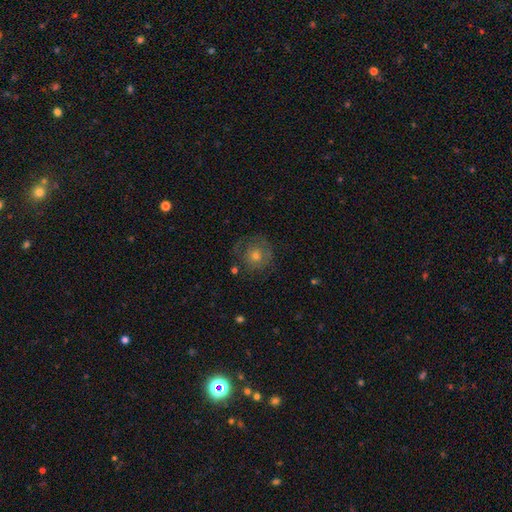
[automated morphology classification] Smooth or featured: smooth — 48% (featured or disk — 37%)
Merging: none — 74% (minor disturbance — 16%)